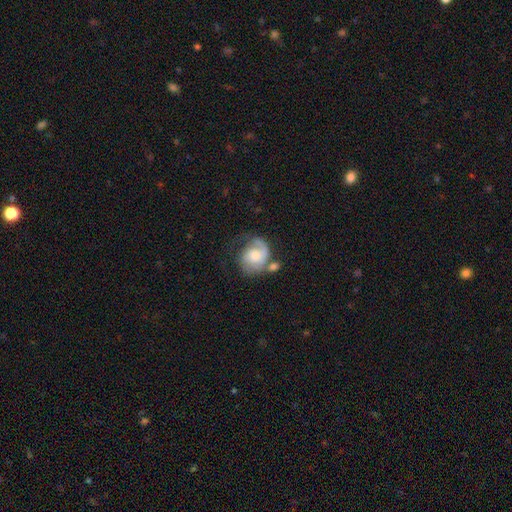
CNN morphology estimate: Smooth or featured?
  - featured or disk: 63% *
  - smooth: 30%
  - star or artifact: 6%
Edge-on disk?
  - no: 98% *
  - yes: 2%
Bar?
  - no: 72% *
  - weak: 25%
  - strong: 4%
Spiral arms?
  - yes: 86% *
  - no: 14%
Spiral winding?
  - tight: 42% *
  - medium: 37%
  - loose: 20%
Spiral arm count?
  - 1: 49% *
  - 2: 34%
  - can't tell: 12%
  - 3: 3%
  - 4: 1%
  - more than 4: 1%
Bulge size?
  - moderate: 48% *
  - small: 32%
  - large: 12%
  - none: 6%
  - dominant: 2%
Merging?
  - none: 40% *
  - minor disturbance: 22%
  - major disturbance: 22%
  - merger: 17%